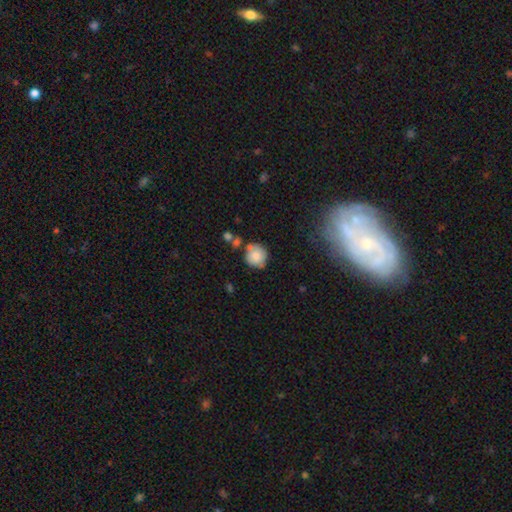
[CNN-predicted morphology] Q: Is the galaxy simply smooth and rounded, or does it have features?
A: smooth — 79%.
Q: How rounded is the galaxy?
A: round — 90%.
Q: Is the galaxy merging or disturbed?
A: none — 62%.